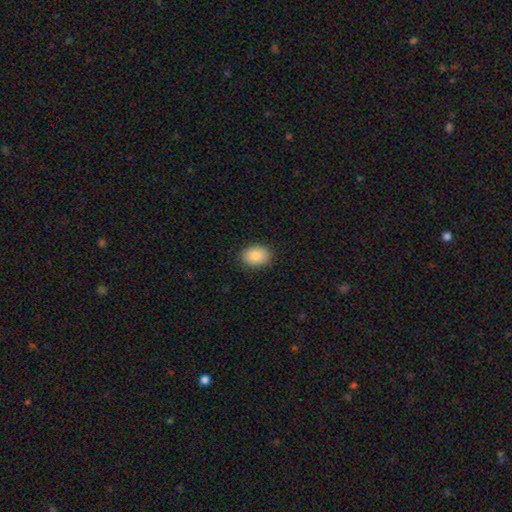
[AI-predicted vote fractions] A smooth galaxy with no disk features (86%) that is in between round and cigar-shaped (71%). Merging: none (88%).